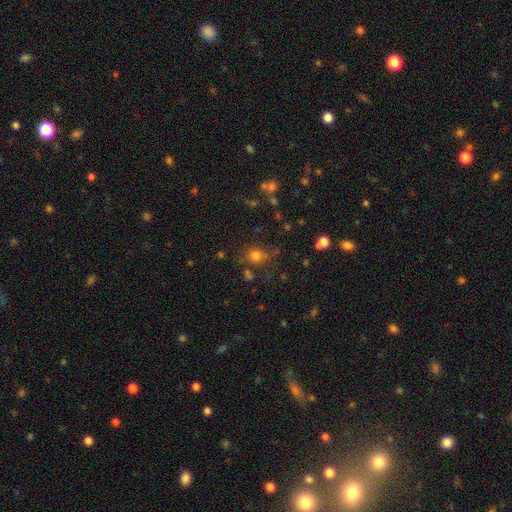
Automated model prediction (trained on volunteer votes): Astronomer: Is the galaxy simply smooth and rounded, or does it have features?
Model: smooth — 74%.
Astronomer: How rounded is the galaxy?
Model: round — 75%.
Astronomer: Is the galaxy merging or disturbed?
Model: none — 72%.